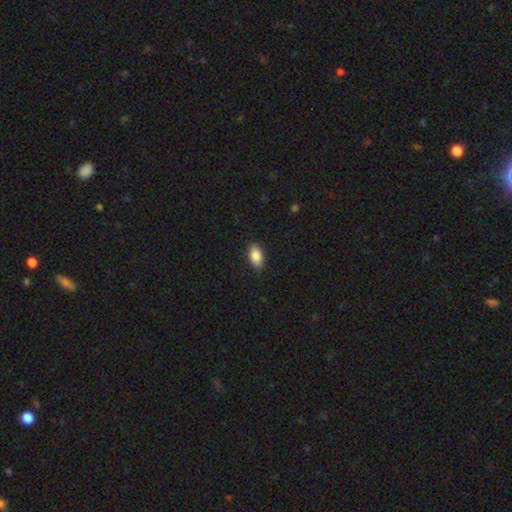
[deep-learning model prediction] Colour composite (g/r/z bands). It shows a smooth galaxy with no disk features (87%) that is in between round and cigar-shaped (92%). Merging: none (88%).